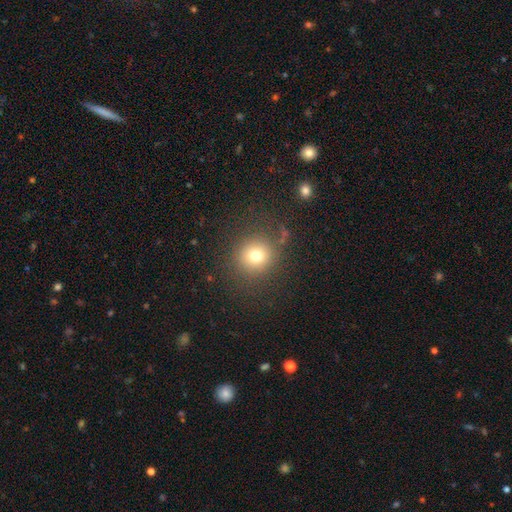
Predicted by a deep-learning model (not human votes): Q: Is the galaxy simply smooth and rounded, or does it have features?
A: smooth — 74%.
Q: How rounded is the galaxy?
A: round — 90%.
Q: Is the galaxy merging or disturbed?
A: none — 84%.